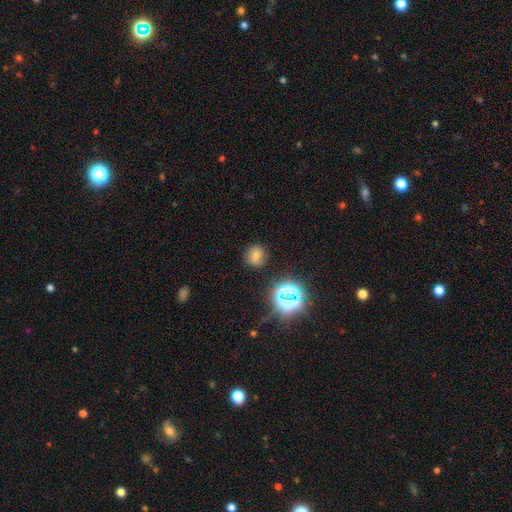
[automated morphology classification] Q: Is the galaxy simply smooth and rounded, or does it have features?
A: smooth — 68%.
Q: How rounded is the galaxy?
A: round — 79%.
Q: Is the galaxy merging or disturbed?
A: none — 80%.